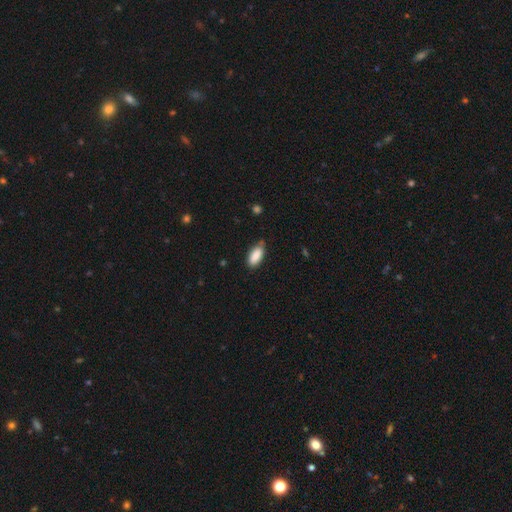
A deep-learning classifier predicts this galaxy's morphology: A smooth galaxy with no disk features (88%) that is in between round and cigar-shaped (88%).

Vote fractions:
- Smooth or featured? smooth: 88% / star or artifact: 7% / featured or disk: 5%
- How rounded? in between: 88% / cigar-shaped: 10% / round: 2%
- Merging? none: 73% / minor disturbance: 22% / major disturbance: 3% / merger: 2%